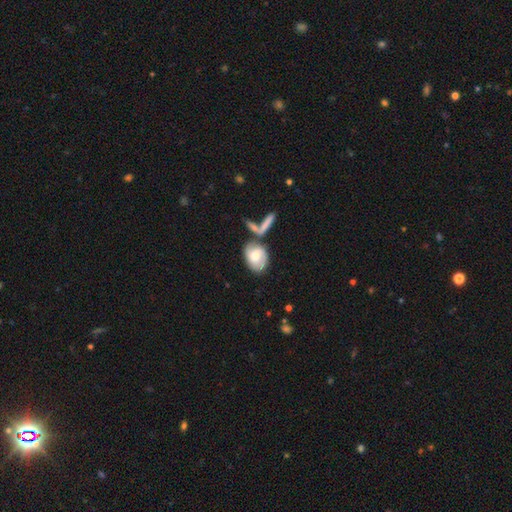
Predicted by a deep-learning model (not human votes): Overall: featured or disk (49%; smooth 45%). Merging: none (42%; merger 29%).